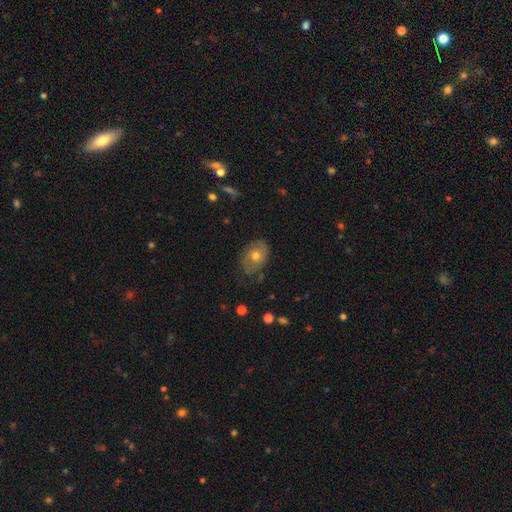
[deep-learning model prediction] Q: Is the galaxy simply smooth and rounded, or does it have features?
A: smooth — 57%.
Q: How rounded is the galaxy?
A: in between — 71%.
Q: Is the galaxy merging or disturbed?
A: none — 70%.